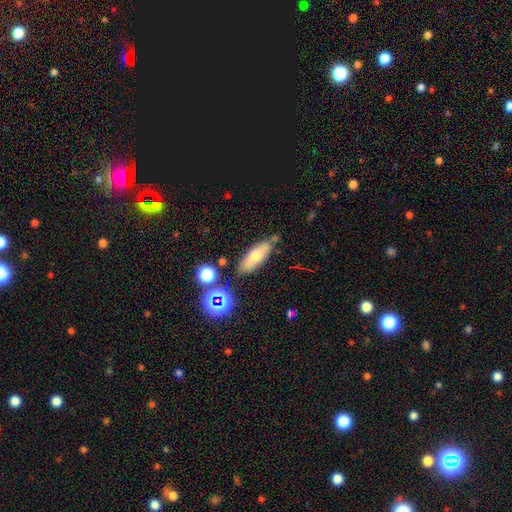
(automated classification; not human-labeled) This appears to be a smooth galaxy with no disk features (64%) that is in between round and cigar-shaped (60%). Merging: none (76%).